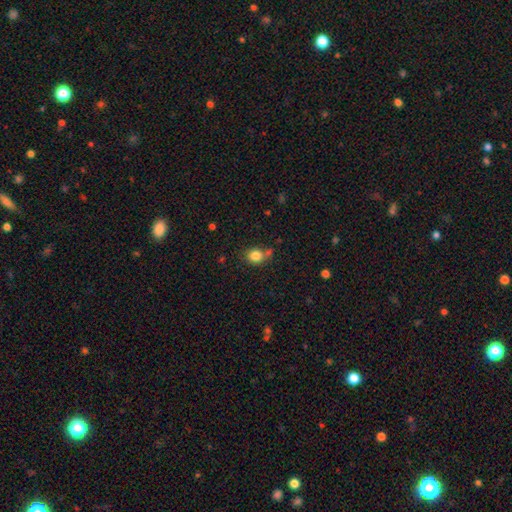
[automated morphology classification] Q: Smooth or featured?
A: smooth (83%); runner-up: star or artifact (11%)
Q: How rounded?
A: round (68%); runner-up: in between (31%)
Q: Merging?
A: none (63%); runner-up: minor disturbance (18%)